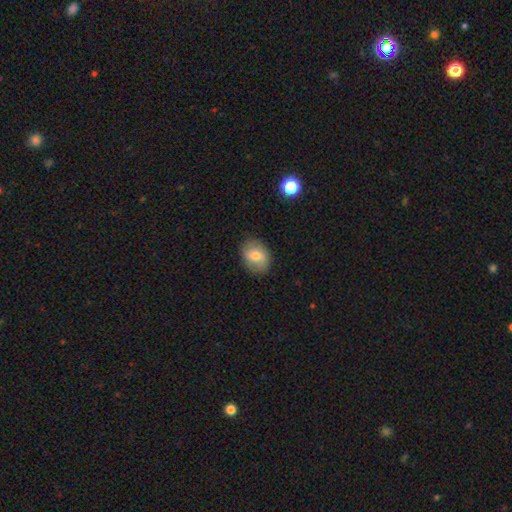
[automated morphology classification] This appears to be a smooth galaxy with no disk features (72%) that is in between round and cigar-shaped (61%). Merging: none (83%).